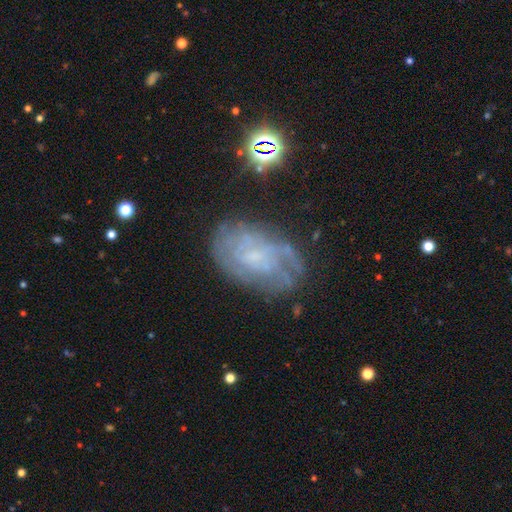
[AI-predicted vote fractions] This is likely a featured or disk galaxy (69%). It is clearly not viewed edge-on (96%). Bar: likely no (64%). Spiral arm pattern: likely yes (79%). Spiral arm count: possibly can't tell (56%). Spiral winding: possibly tight (54%). Central bulge: possibly small (59%). Merging: likely none (64%).